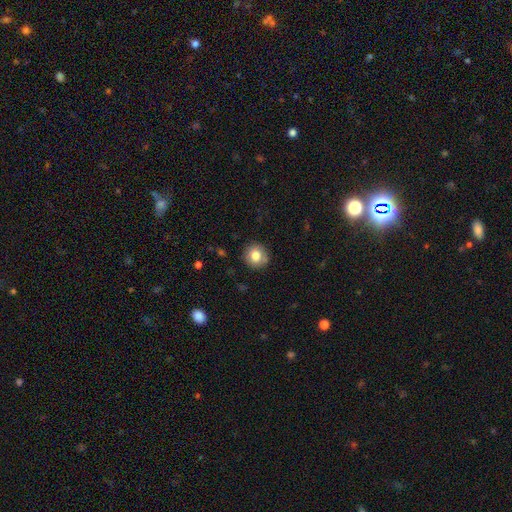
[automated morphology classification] This is likely a smooth galaxy (79%). How rounded: clearly round (89%). Merging: clearly none (87%).